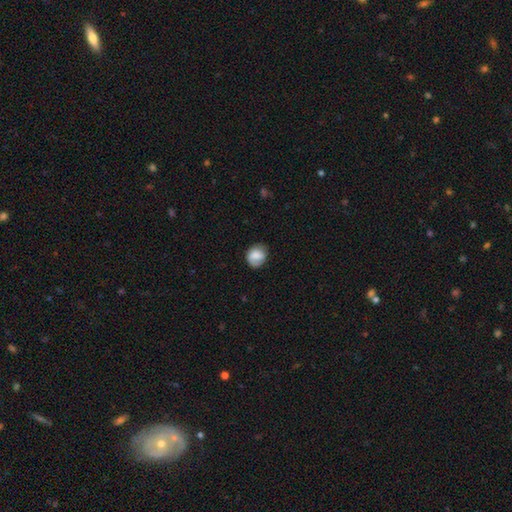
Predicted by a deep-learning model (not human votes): smooth_or_featured: smooth (p=0.76) [alt: featured or disk p=0.16]
how_rounded: round (p=0.68) [alt: in between p=0.31]
merging: none (p=0.70) [alt: minor disturbance p=0.22]